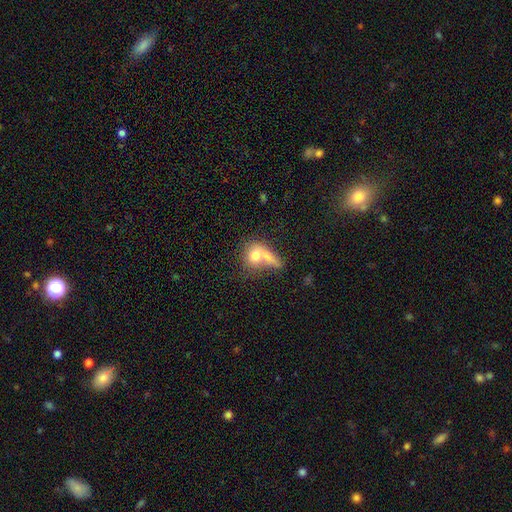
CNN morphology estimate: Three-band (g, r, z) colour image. It shows a smooth galaxy with no disk features (67%) that is round (56%). Merging: merger (51%).